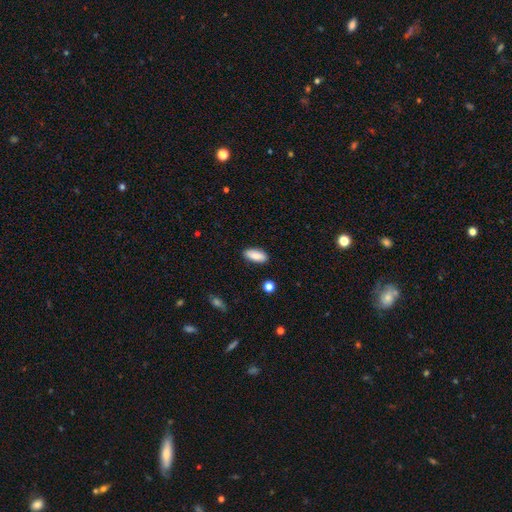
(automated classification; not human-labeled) Morphology: type=smooth (88%); roundness=in between (84%); merging=none (88%).